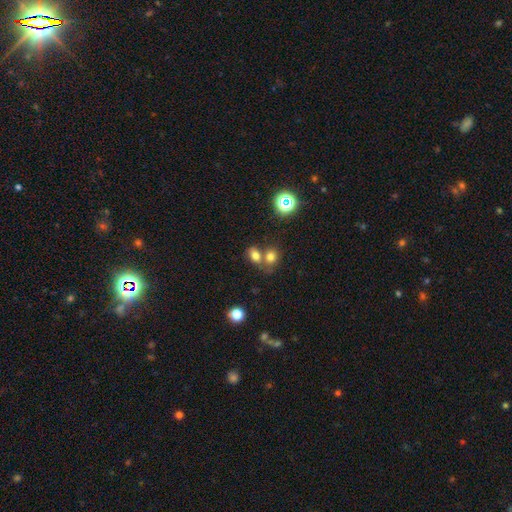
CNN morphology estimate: smooth-or-featured: smooth: 72% | star or artifact: 17% | featured or disk: 11%
  how-rounded: in between: 61% | round: 38% | cigar-shaped: 2%
  merging: merger: 47% | none: 39% | minor disturbance: 10% | major disturbance: 4%